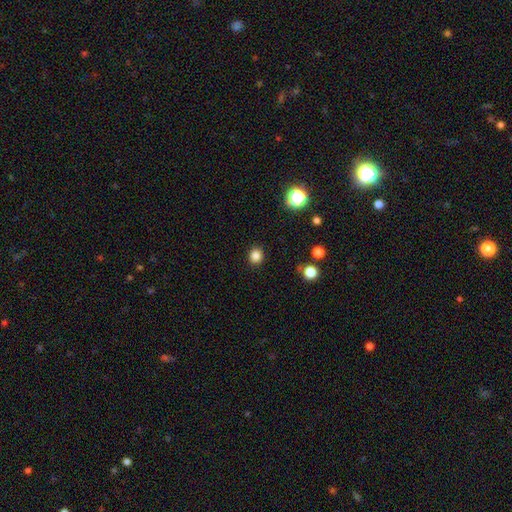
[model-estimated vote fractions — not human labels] Smooth or featured? Predicted: smooth (p=0.83). How rounded? Predicted: round (p=0.82). Merging? Predicted: none (p=0.90).